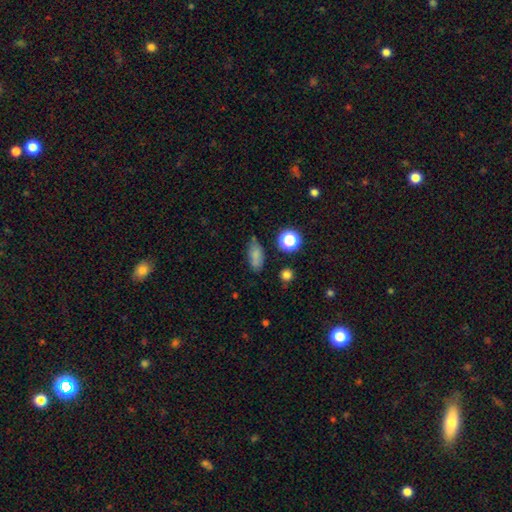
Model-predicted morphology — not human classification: Smooth or featured?
  - smooth: 77% *
  - star or artifact: 13%
  - featured or disk: 10%
How rounded?
  - in between: 76% *
  - cigar-shaped: 13%
  - round: 10%
Merging?
  - none: 68% *
  - minor disturbance: 21%
  - merger: 6%
  - major disturbance: 6%